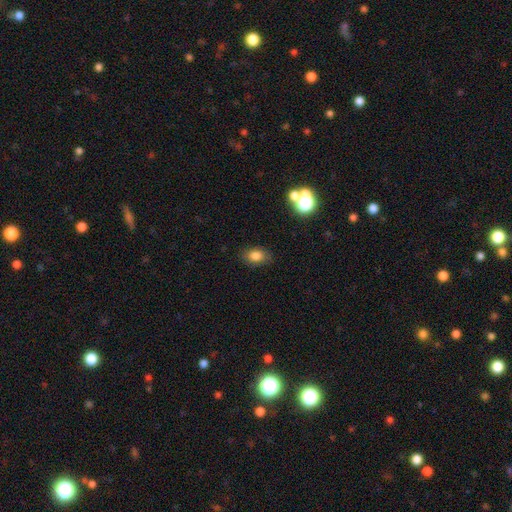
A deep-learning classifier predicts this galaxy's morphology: smooth-or-featured: smooth: 81% | star or artifact: 11% | featured or disk: 8%
  how-rounded: in between: 77% | round: 21% | cigar-shaped: 1%
  merging: none: 84% | minor disturbance: 11% | major disturbance: 3% | merger: 2%